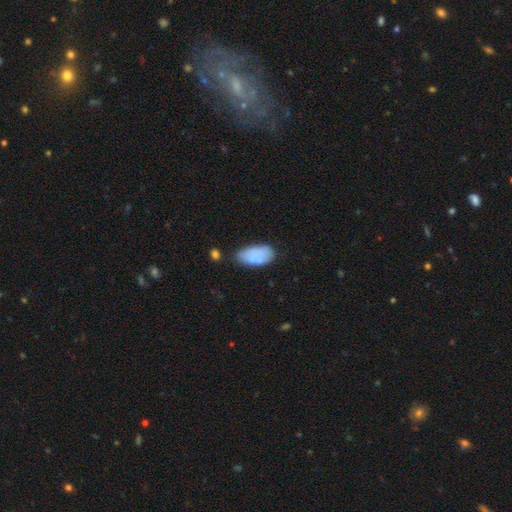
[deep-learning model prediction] smooth 73%, featured or disk 20%, star or artifact 8%. Down the decision tree: how rounded — in between (92%); merging — none (51%).